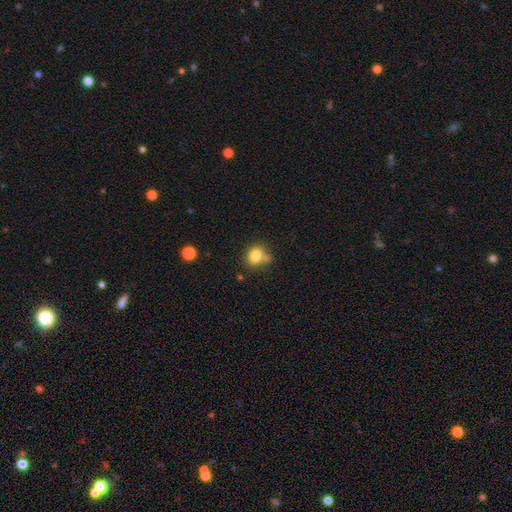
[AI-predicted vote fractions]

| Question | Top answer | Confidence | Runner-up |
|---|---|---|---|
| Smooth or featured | smooth | 80% | star or artifact (10%) |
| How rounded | round | 54% | in between (45%) |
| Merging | none | 55% | merger (26%) |